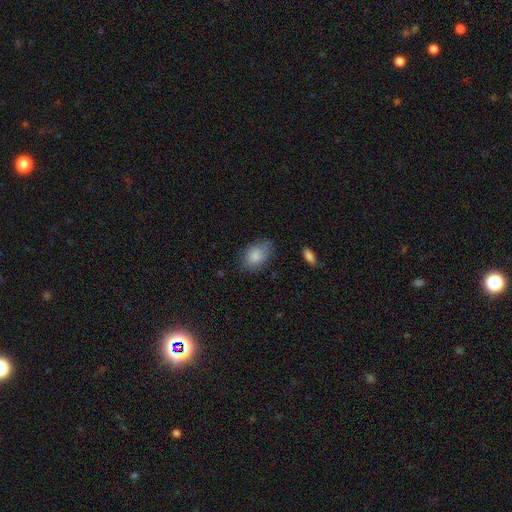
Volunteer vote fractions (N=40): Smooth or featured?
  - smooth: 88% *
  - star or artifact: 8%
  - featured or disk: 5%
How rounded?
  - in between: 74% *
  - round: 26%
  - cigar-shaped: 0%
Merging?
  - none: 68% *
  - minor disturbance: 27%
  - major disturbance: 3%
  - merger: 3%